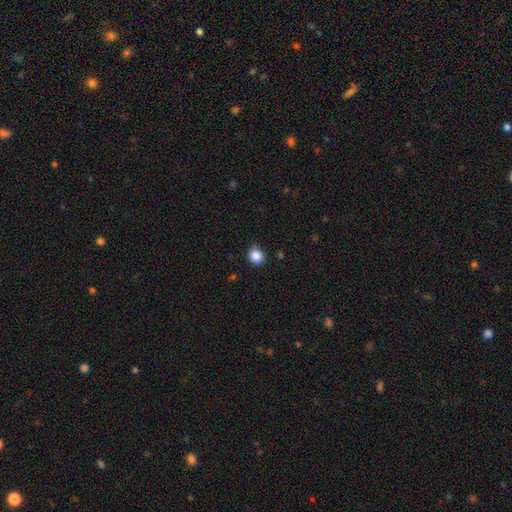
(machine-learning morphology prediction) type=smooth (86%); roundness=round (81%); merging=none (86%).